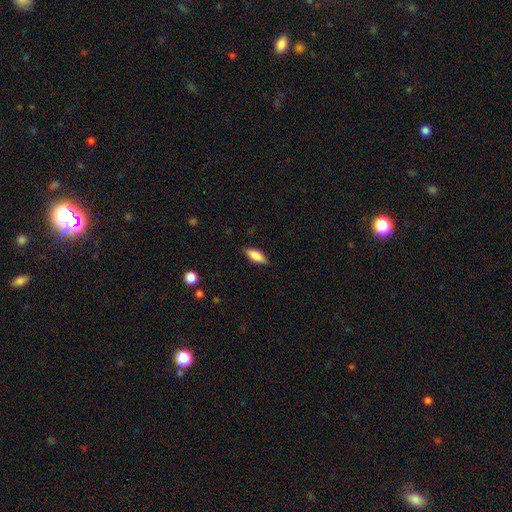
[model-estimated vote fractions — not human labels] The model was most divided on "how rounded": in between: 79%, cigar-shaped: 19%, round: 2%. More confident: merging — none (84%); smooth or featured — smooth (81%).